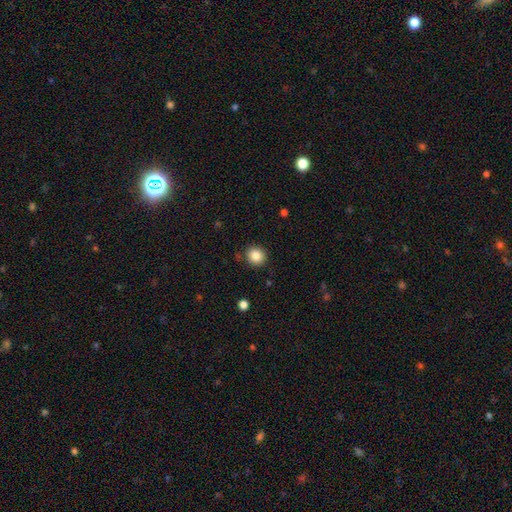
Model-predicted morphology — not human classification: This is clearly a smooth galaxy (85%). How rounded: clearly round (89%). Merging: clearly none (88%).